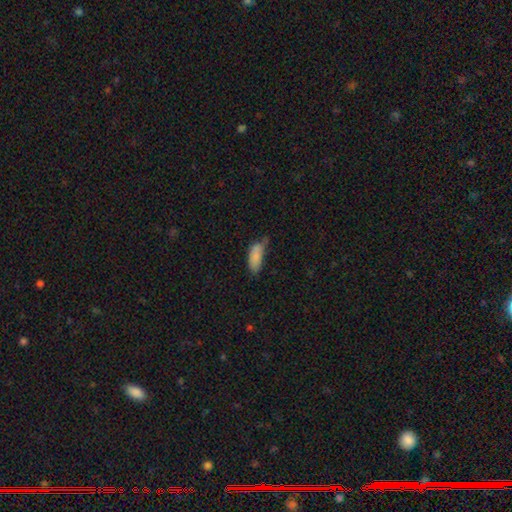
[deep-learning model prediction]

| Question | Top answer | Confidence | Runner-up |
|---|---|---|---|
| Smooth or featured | smooth | 82% | featured or disk (10%) |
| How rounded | in between | 80% | cigar-shaped (18%) |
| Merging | none | 41% | minor disturbance (38%) |